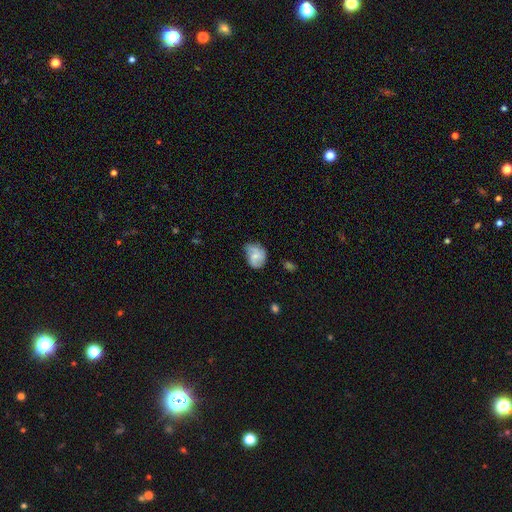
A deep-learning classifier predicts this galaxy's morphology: smooth-or-featured: smooth: 56% | featured or disk: 36% | star or artifact: 8%
  how-rounded: in between: 58% | round: 41% | cigar-shaped: 1%
  merging: none: 43% | minor disturbance: 40% | major disturbance: 14% | merger: 3%